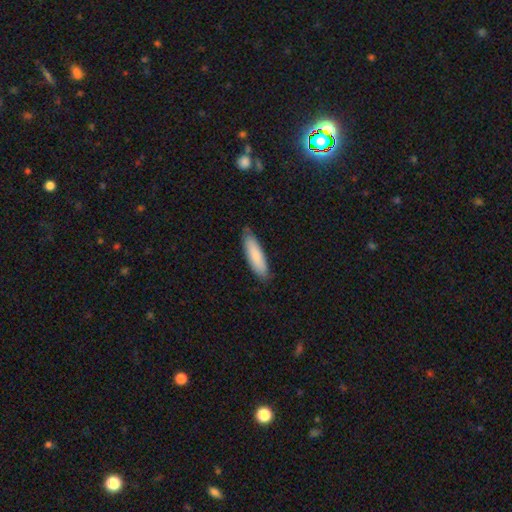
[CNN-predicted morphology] Overall: smooth (82%). How rounded: cigar-shaped (61%; in between 37%). Merging: none (82%).